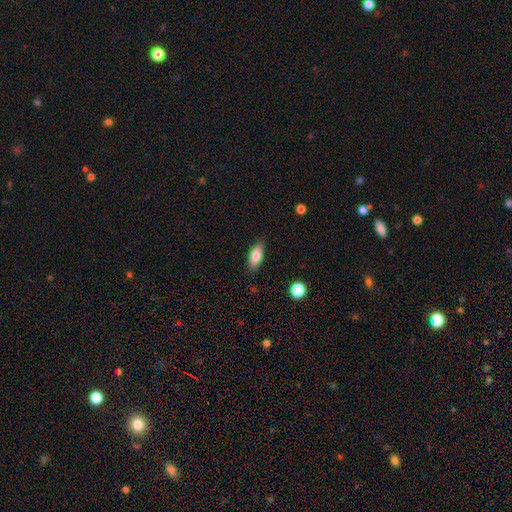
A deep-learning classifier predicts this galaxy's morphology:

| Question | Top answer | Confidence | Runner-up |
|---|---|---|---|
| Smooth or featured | smooth | 83% | featured or disk (10%) |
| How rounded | in between | 84% | cigar-shaped (13%) |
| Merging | none | 84% | minor disturbance (12%) |